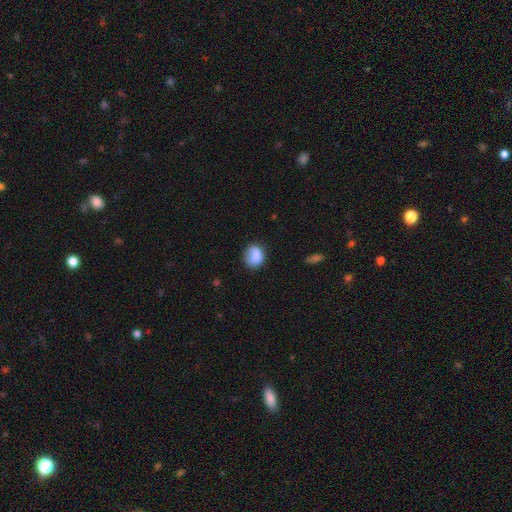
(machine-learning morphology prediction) A smooth galaxy with no disk features (81%) that is round (54%). Merging: none (61%).